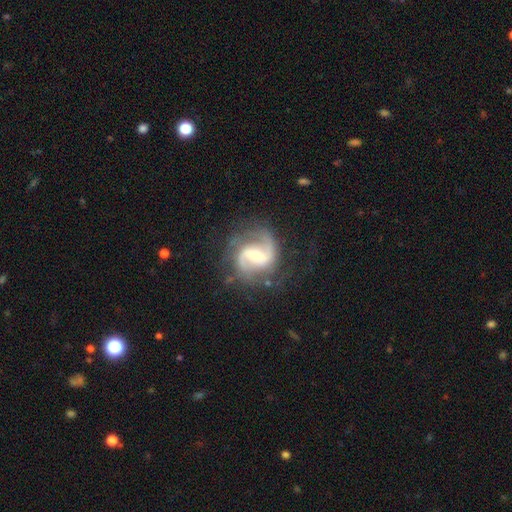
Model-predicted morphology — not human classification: featured or disk 89%, smooth 6%, star or artifact 5%. Down the decision tree: edge-on disk — no (98%); bar — weak (49%); spiral arms — yes (97%); spiral arm count — 2 (90%); spiral winding — medium (55%); bulge size — moderate (44%); merging — none (71%).